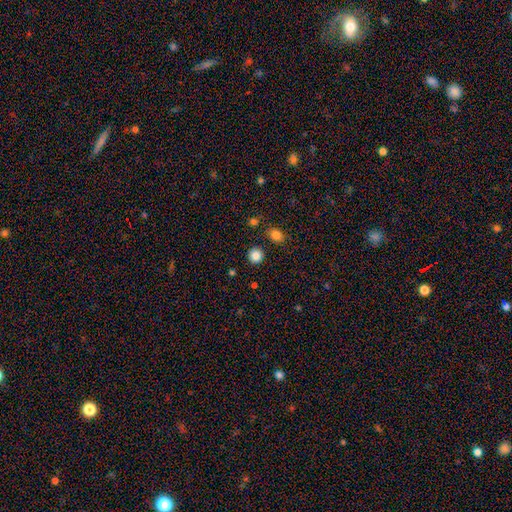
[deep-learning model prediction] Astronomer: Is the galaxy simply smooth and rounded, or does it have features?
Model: smooth — 85%.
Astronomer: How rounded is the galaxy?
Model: round — 93%.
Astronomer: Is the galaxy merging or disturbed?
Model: none — 90%.